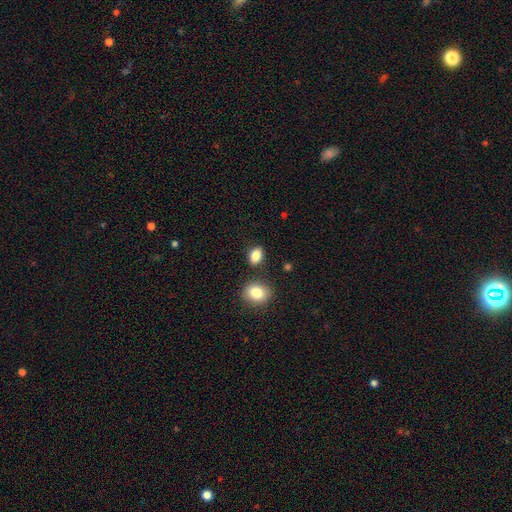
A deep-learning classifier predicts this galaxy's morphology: A smooth galaxy with no disk features (85%) that is in between round and cigar-shaped (78%).

Vote fractions:
- Smooth or featured? smooth: 85% / star or artifact: 9% / featured or disk: 6%
- How rounded? in between: 78% / round: 20% / cigar-shaped: 2%
- Merging? none: 78% / minor disturbance: 11% / merger: 7% / major disturbance: 3%